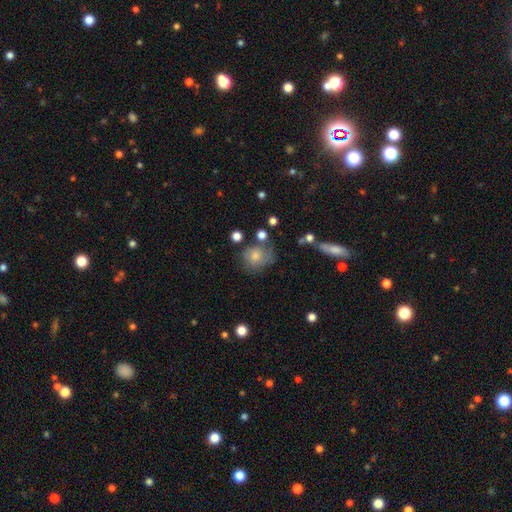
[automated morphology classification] Q: Smooth or featured?
A: smooth (68%); runner-up: featured or disk (22%)
Q: How rounded?
A: round (69%); runner-up: in between (29%)
Q: Merging?
A: none (50%); runner-up: minor disturbance (26%)